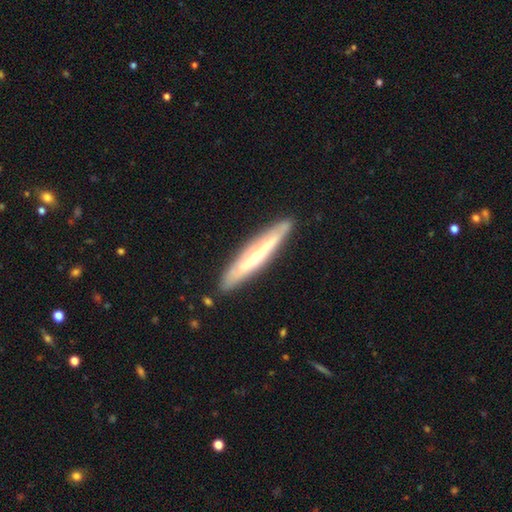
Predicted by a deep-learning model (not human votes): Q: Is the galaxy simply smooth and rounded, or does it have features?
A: featured or disk — 62%.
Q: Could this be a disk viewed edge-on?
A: yes — 83%.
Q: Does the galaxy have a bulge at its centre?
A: rounded — 67%.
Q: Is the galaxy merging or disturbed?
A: none — 87%.